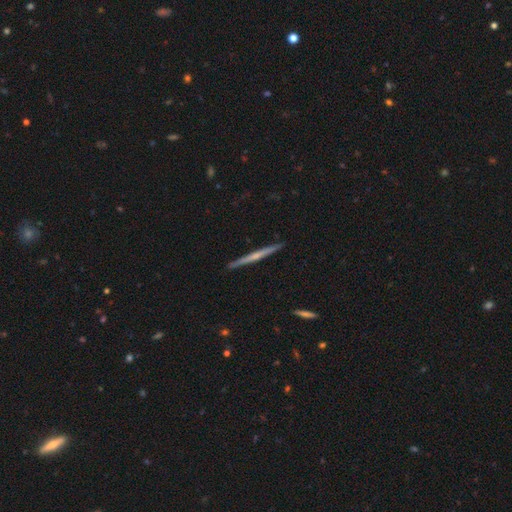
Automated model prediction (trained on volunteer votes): The model was most divided on "edge-on bulge": none: 53%, rounded: 40%, boxy: 7%. More confident: edge-on disk — yes (98%); merging — none (92%); smooth or featured — featured or disk (65%).